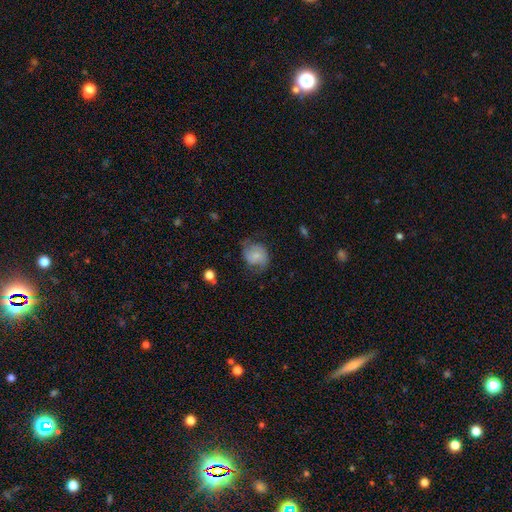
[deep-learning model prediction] The model was most divided on "smooth or featured": smooth: 57%, featured or disk: 34%, star or artifact: 9%. More confident: how rounded — round (65%); merging — none (57%).